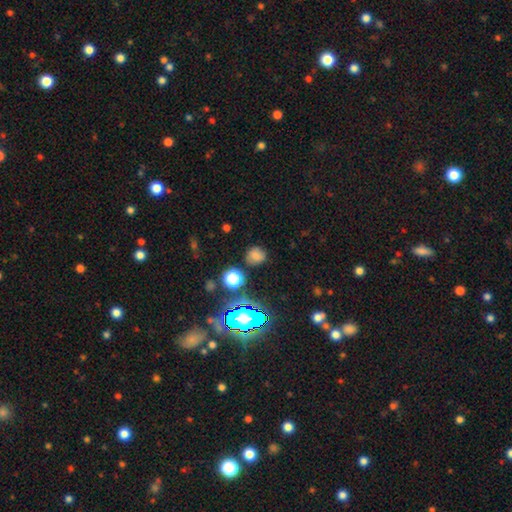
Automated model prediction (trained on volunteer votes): Smooth or featured? Predicted: smooth (p=0.70). How rounded? Predicted: round (p=0.76). Merging? Predicted: none (p=0.78).